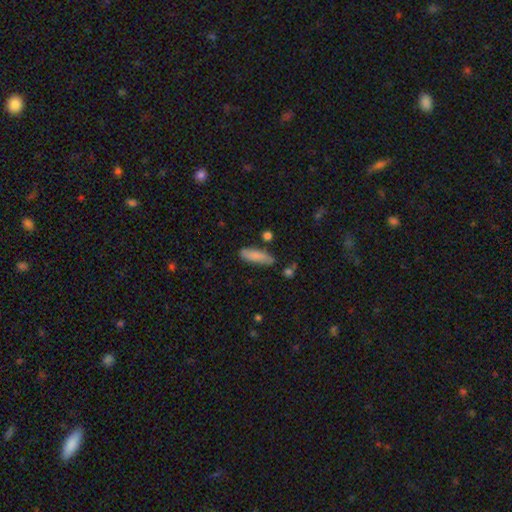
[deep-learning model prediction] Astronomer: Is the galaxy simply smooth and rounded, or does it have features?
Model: smooth — 81%.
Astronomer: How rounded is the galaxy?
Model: cigar-shaped — 49%, tied with in between at 49%.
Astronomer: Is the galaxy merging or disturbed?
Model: none — 74%.